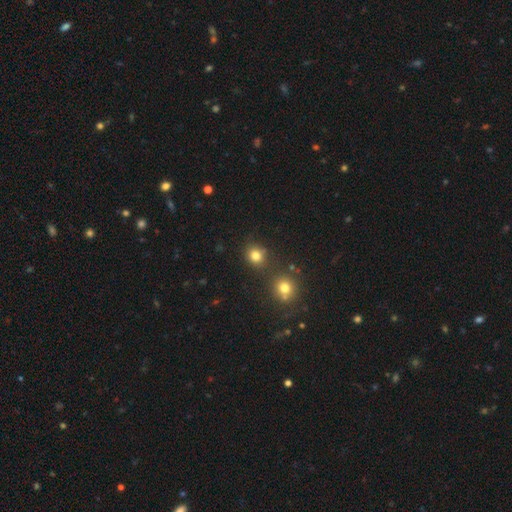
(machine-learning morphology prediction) Smooth or featured: smooth — 79% (star or artifact — 15%)
How rounded: round — 81% (in between — 18%)
Merging: none — 74% (merger — 12%)